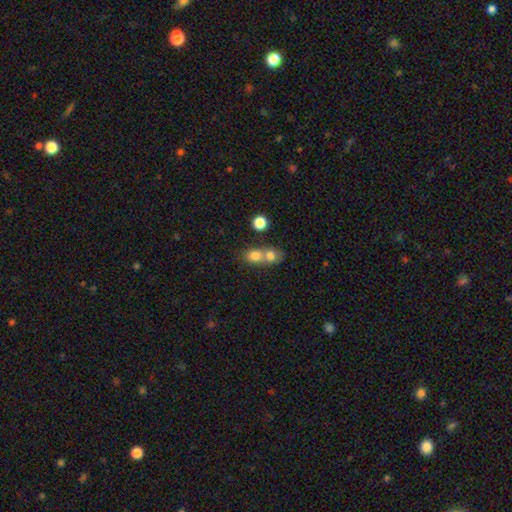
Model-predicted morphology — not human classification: The model was most divided on "how rounded": round: 59%, in between: 39%, cigar-shaped: 2%. More confident: smooth or featured — smooth (76%); merging — merger (63%).